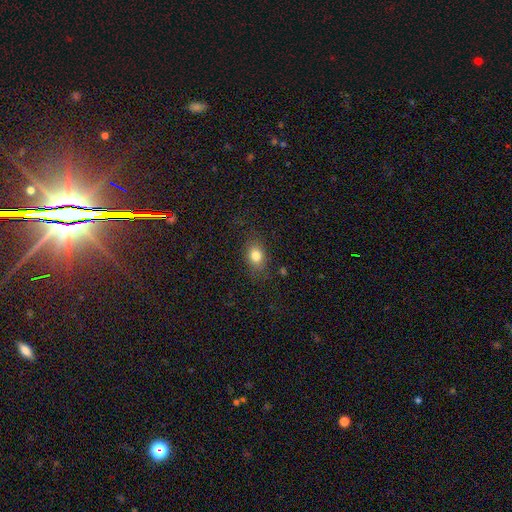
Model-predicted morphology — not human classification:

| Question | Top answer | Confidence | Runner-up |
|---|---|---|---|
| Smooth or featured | smooth | 80% | star or artifact (11%) |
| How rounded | in between | 60% | round (38%) |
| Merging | none | 79% | minor disturbance (14%) |